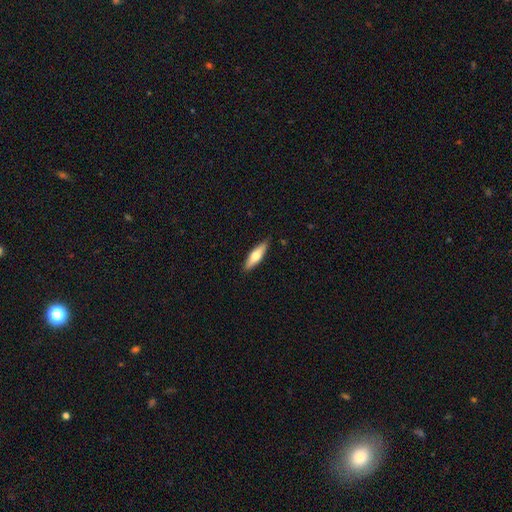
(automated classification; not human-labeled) smooth_or_featured: smooth (p=0.60) [alt: featured or disk p=0.34]
how_rounded: cigar-shaped (p=0.59) [alt: in between p=0.39]
merging: none (p=0.87) [alt: minor disturbance p=0.10]